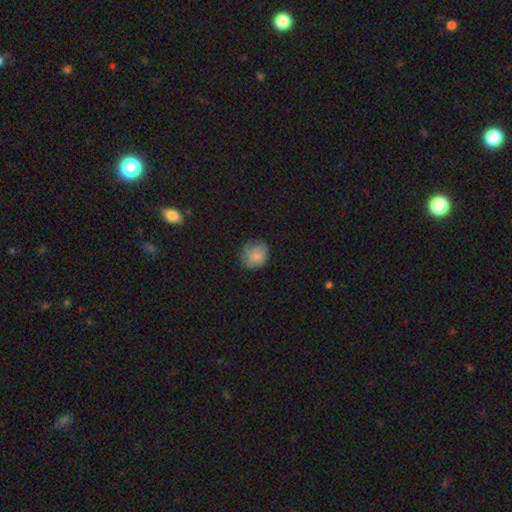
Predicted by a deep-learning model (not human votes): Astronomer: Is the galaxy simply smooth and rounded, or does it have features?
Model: smooth — 78%.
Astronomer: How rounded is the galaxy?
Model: round — 66%.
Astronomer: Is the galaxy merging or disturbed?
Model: none — 60%.